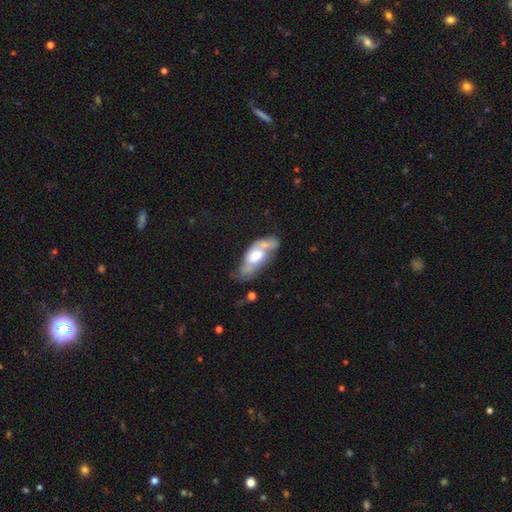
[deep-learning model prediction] Morphology: type=featured or disk (47%); merging=merger (31%).